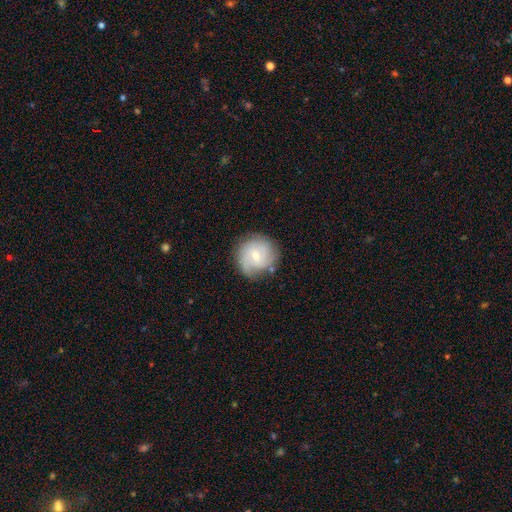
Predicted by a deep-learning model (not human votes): Morphology: type=featured or disk (57%); edge-on=no (97%); bar=no (65%); spiral arms=yes (85%); bulge=small (49%); merging=none (73%).